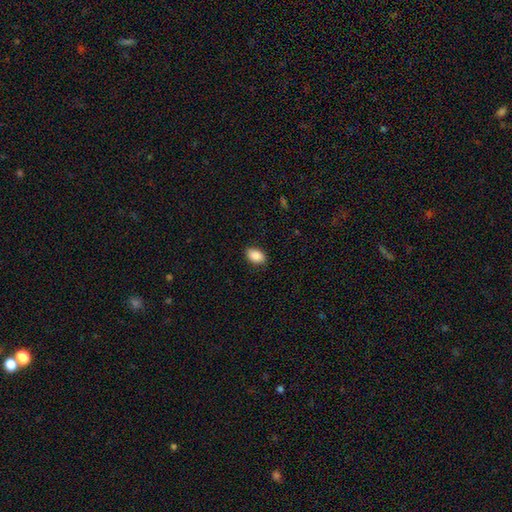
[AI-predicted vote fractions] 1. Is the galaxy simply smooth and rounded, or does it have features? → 88% smooth, 7% star or artifact, 4% featured or disk.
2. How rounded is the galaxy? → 89% in between, 10% round, 1% cigar-shaped.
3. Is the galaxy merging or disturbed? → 88% none, 9% minor disturbance, 2% major disturbance, 1% merger.